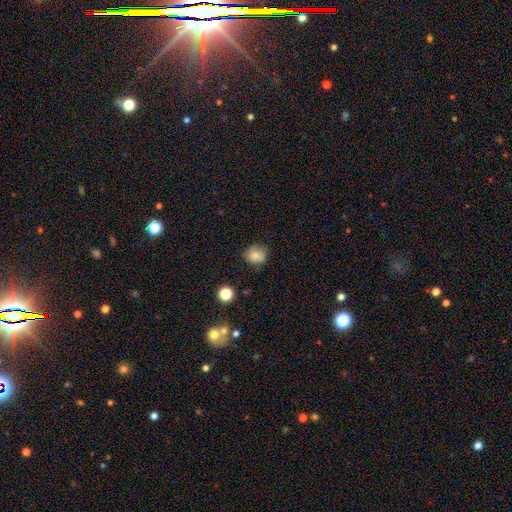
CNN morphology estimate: type=smooth (81%); roundness=round (76%); merging=none (78%).